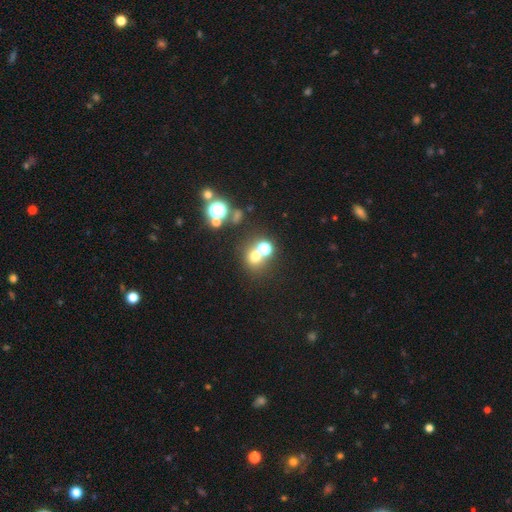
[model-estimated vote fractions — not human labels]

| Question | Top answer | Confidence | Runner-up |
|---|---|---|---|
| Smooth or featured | smooth | 60% | star or artifact (29%) |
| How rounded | round | 82% | in between (17%) |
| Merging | none | 57% | merger (31%) |